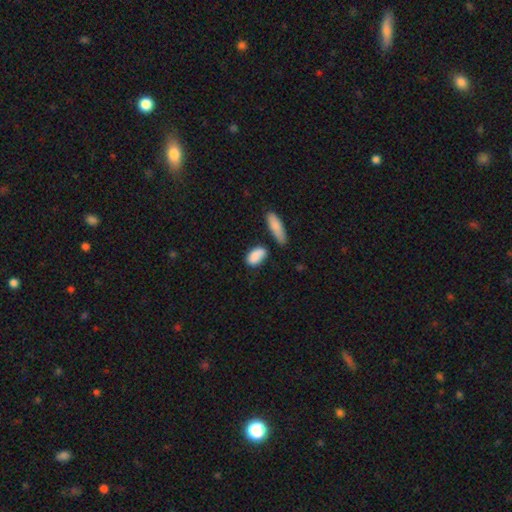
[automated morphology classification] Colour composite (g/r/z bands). It shows a smooth galaxy with no disk features (87%) that is in between round and cigar-shaped (89%). Merging: none (64%).